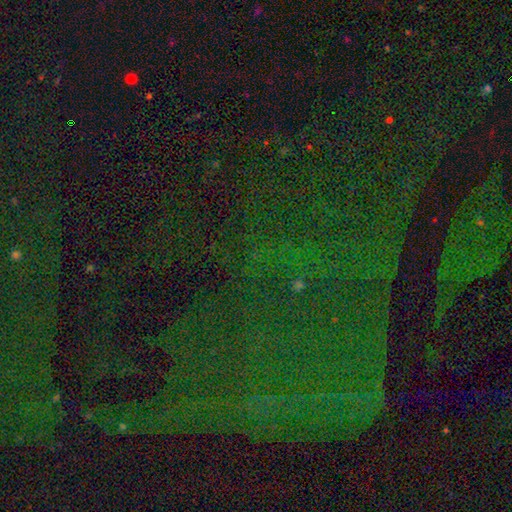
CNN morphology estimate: star or artifact 83%, smooth 9%, featured or disk 8%.